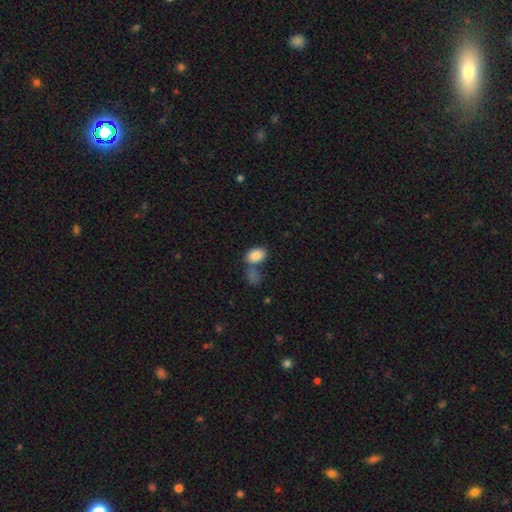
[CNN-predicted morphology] The model was most divided on "merging": none: 52%, merger: 30%, minor disturbance: 13%, major disturbance: 5%. More confident: how rounded — in between (88%); smooth or featured — smooth (86%).